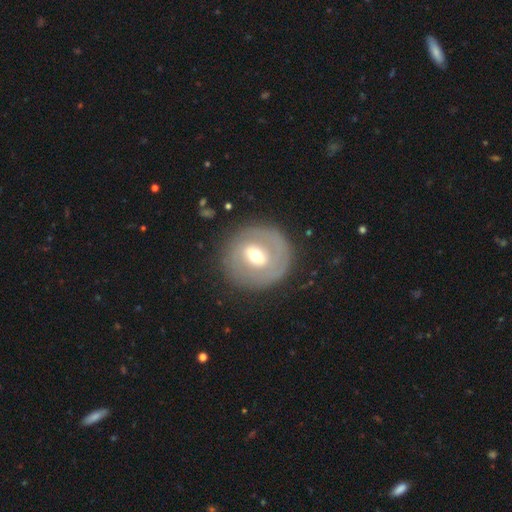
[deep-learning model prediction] smooth-or-featured: featured or disk: 60% | smooth: 32% | star or artifact: 8%
  disk-edge-on: no: 95% | yes: 5%
    bar: weak: 47% | no: 29% | strong: 24%
    has-spiral-arms: no: 61% | yes: 39%
    bulge-size: moderate: 66% | small: 25% | large: 7% | dominant: 1% | none: 1%
  merging: none: 81% | minor disturbance: 12% | major disturbance: 6% | merger: 2%